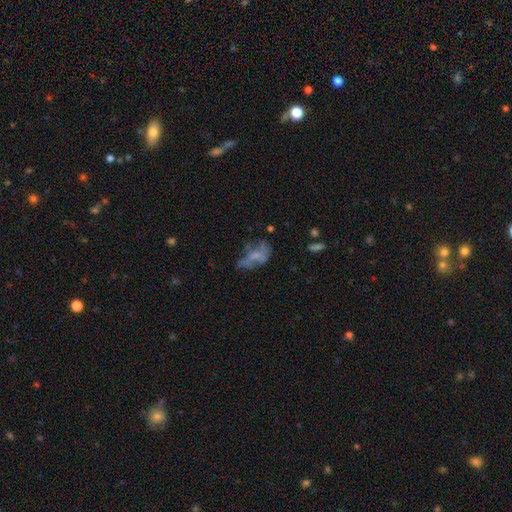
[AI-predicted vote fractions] Smooth or featured? Predicted: featured or disk (p=0.46). Merging? Predicted: none (p=0.35).